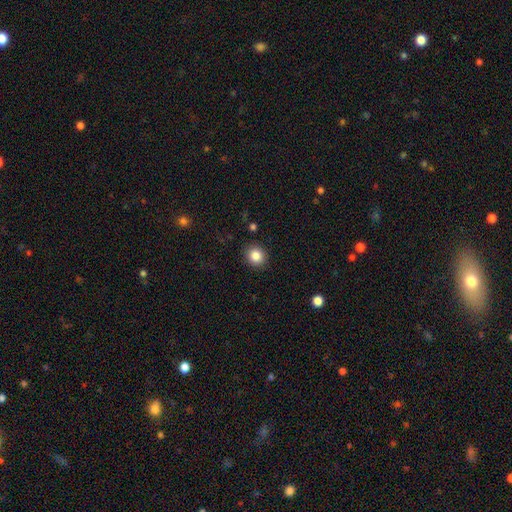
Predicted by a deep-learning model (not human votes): Smooth or featured? Predicted: smooth (p=0.86). How rounded? Predicted: round (p=0.78). Merging? Predicted: none (p=0.90).